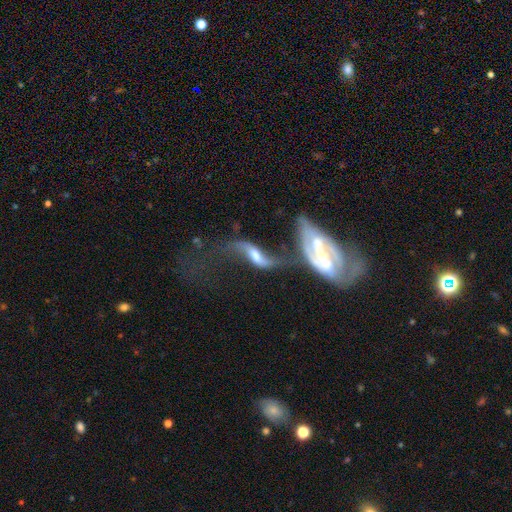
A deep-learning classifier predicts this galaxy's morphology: The model was most divided on "bar": weak: 44%, no: 30%, strong: 26%. Remaining: spiral winding — loose (89%); spiral arm count — 2 (88%); edge-on disk — no (87%); spiral arms — yes (86%); smooth or featured — featured or disk (75%); merging — merger (46%); bulge size — moderate (43%).